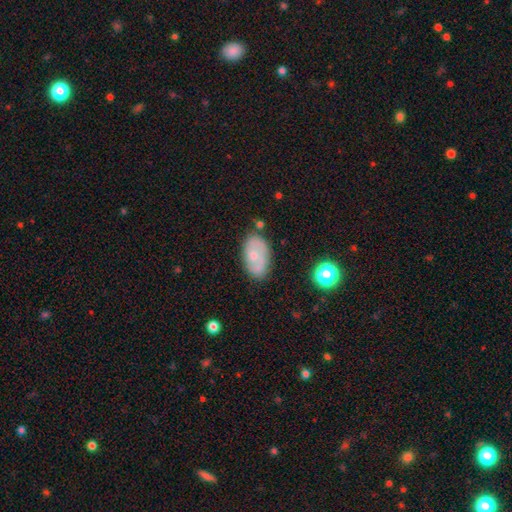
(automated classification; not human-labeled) Morphology: type=featured or disk (46%, tied with smooth); merging=none (71%).